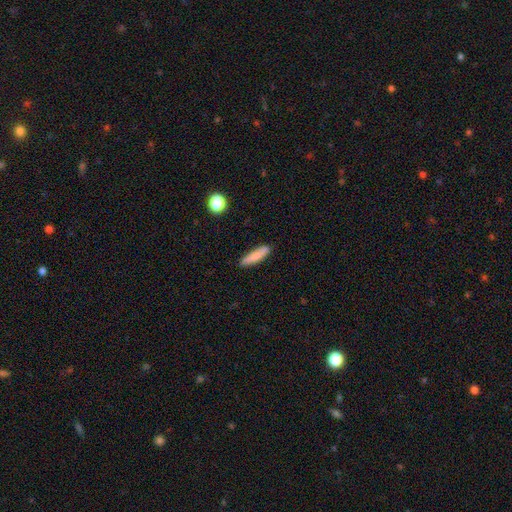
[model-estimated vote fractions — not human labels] This appears to be a smooth galaxy with no disk features (78%) that is cigar-shaped (80%). Merging: none (86%).